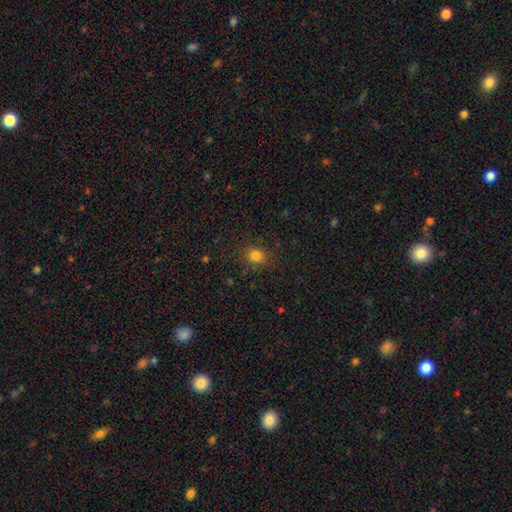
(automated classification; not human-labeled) This appears to be a smooth galaxy with no disk features (82%) that is round (72%). Merging: none (86%).